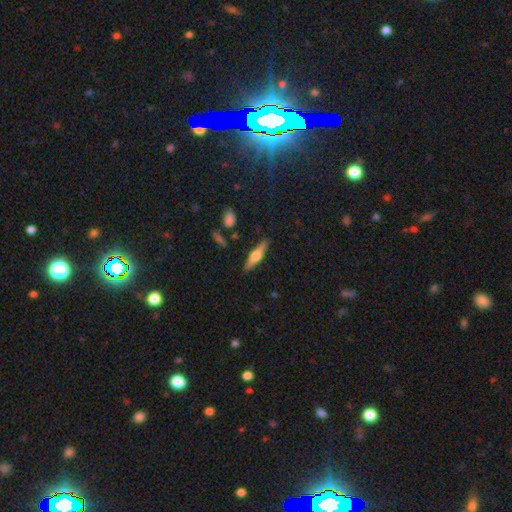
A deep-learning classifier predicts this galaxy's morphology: This appears to be a featured or disk galaxy (55%) viewed edge-on (95%) with a rounded central bulge (90%). Merging: none (88%).